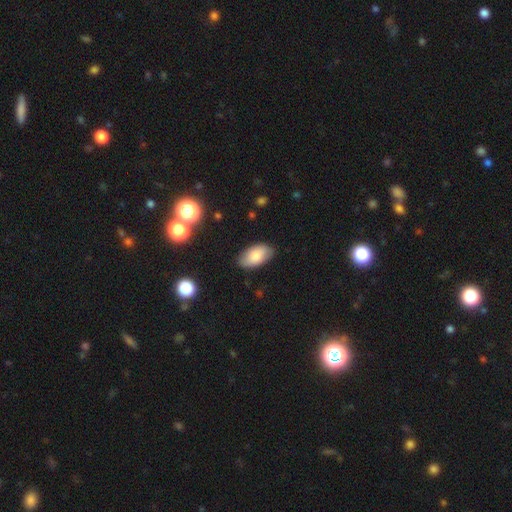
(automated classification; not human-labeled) This appears to be a smooth galaxy with no disk features (78%) that is in between round and cigar-shaped (94%). Merging: none (83%).